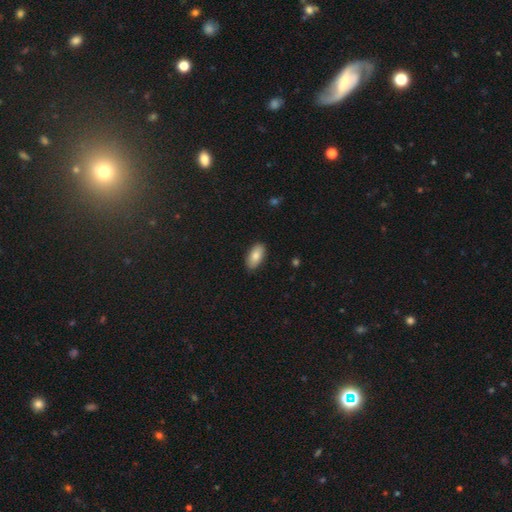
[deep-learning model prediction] This appears to be a smooth galaxy with no disk features (84%) that is in between round and cigar-shaped (92%). Merging: none (88%).